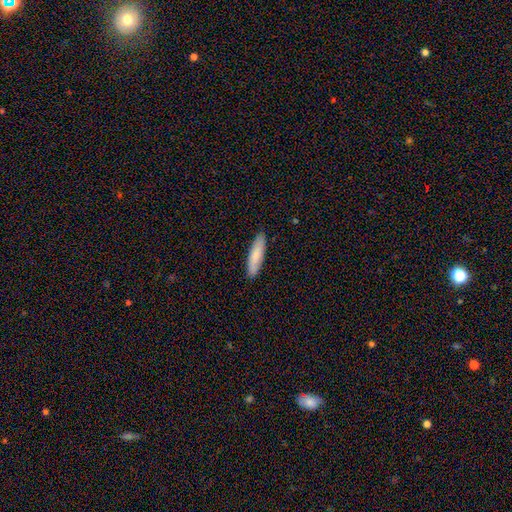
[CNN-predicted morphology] smooth 82%, featured or disk 12%, star or artifact 5%. Down the decision tree: how rounded — cigar-shaped (73%); merging — none (89%).